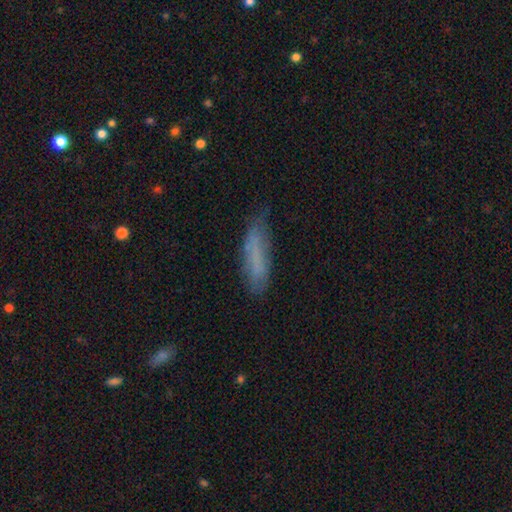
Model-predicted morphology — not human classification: smooth_or_featured: smooth (p=0.68) [alt: featured or disk p=0.23]
how_rounded: cigar-shaped (p=0.69) [alt: in between p=0.29]
merging: none (p=0.63) [alt: minor disturbance p=0.26]